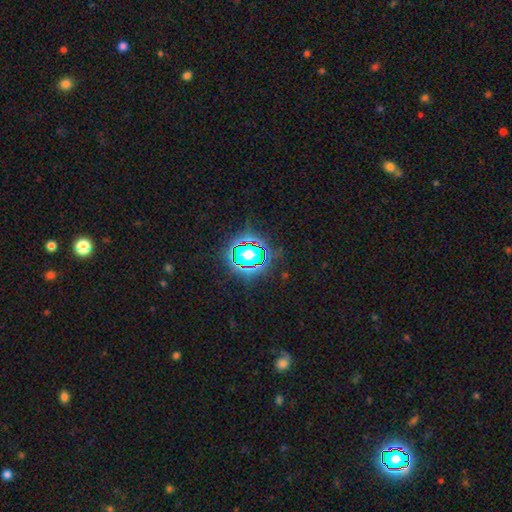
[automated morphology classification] A star or artifact, not a galaxy (79%).